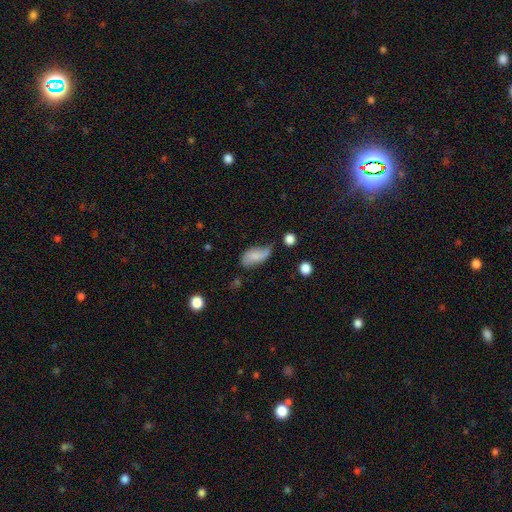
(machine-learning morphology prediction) A smooth galaxy with no disk features (64%) that is in between round and cigar-shaped (91%).

Vote fractions:
- Smooth or featured? smooth: 64% / featured or disk: 27% / star or artifact: 9%
- How rounded? in between: 91% / cigar-shaped: 5% / round: 5%
- Merging? minor disturbance: 38% / none: 35% / major disturbance: 21% / merger: 6%